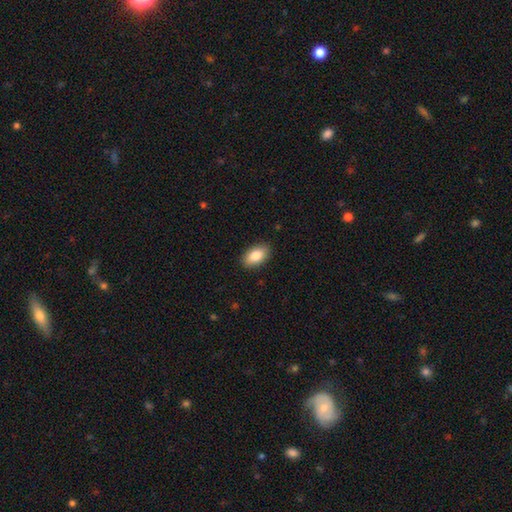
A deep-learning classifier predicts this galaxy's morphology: Overall: smooth (84%). How rounded: in between (93%). Merging: none (89%).